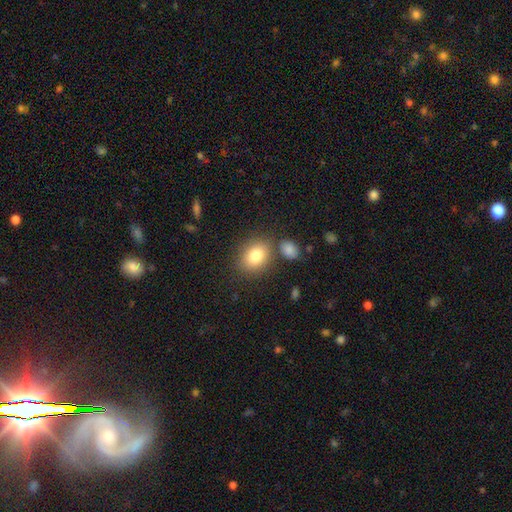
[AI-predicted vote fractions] Smooth or featured? smooth (82%)
How rounded? in between (60%)
Merging? none (73%)